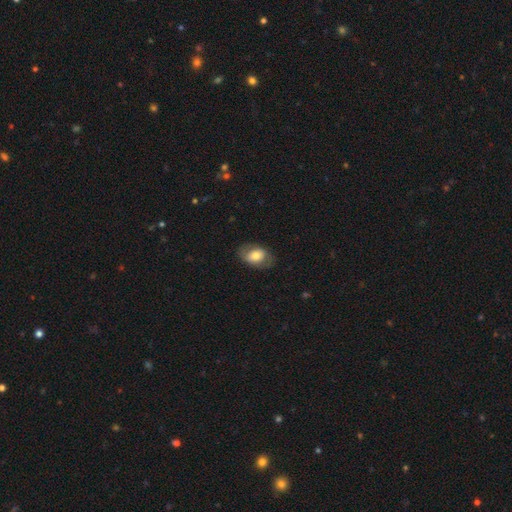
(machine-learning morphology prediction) Overall: smooth (65%; featured or disk 27%). How rounded: in between (83%). Merging: none (76%).